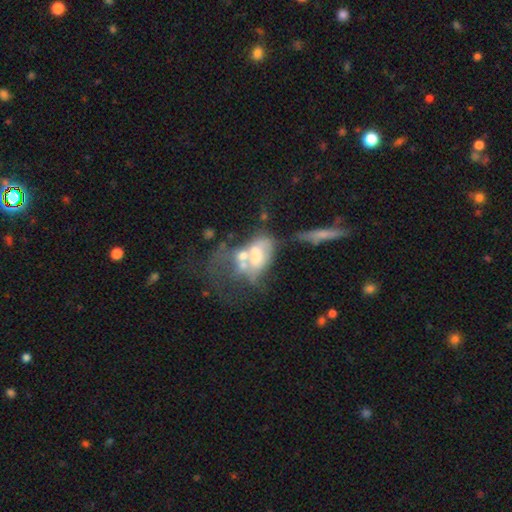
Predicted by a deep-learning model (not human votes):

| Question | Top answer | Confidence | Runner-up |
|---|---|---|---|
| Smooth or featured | featured or disk | 53% | smooth (34%) |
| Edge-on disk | no | 92% | yes (8%) |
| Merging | merger | 50% | major disturbance (28%) |